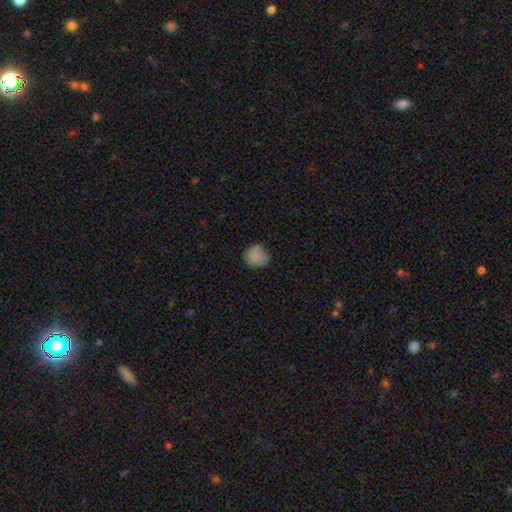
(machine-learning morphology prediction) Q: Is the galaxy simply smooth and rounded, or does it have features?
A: smooth — 81%.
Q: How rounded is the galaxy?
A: round — 85%.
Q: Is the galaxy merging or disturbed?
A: none — 70%.